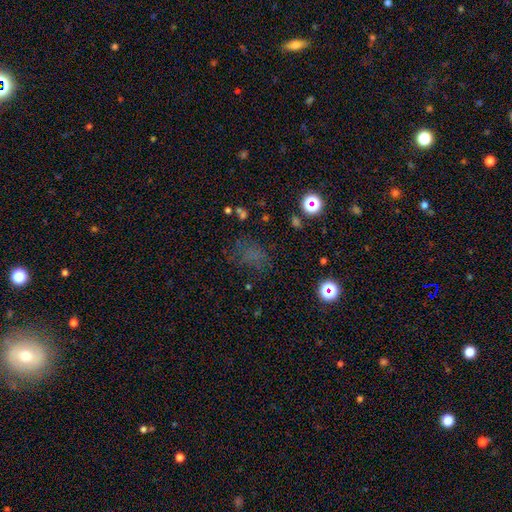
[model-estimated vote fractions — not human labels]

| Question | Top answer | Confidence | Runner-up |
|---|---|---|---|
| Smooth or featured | smooth | 45% | star or artifact (39%) |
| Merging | none | 60% | minor disturbance (20%) |